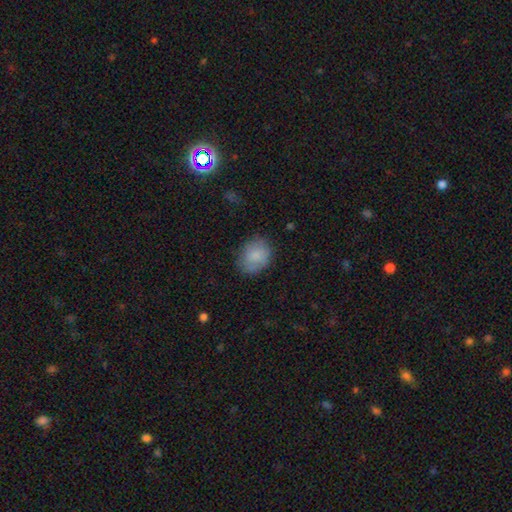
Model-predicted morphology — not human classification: This is clearly a smooth galaxy (82%). How rounded: possibly in between (52%). Merging: likely none (71%).